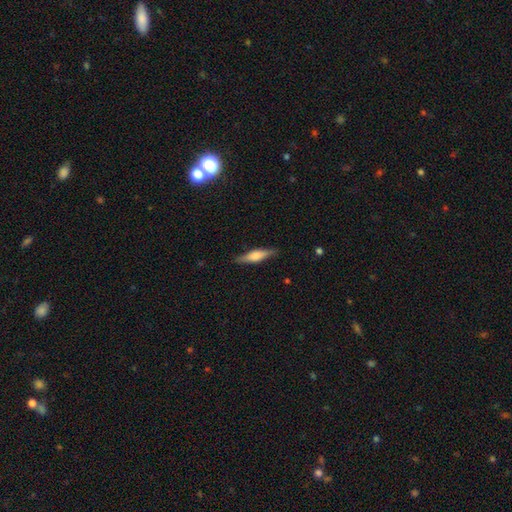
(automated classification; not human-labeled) Overall: featured or disk (50%; smooth 43%). Edge-on disk: yes (95%). Merging: none (87%).